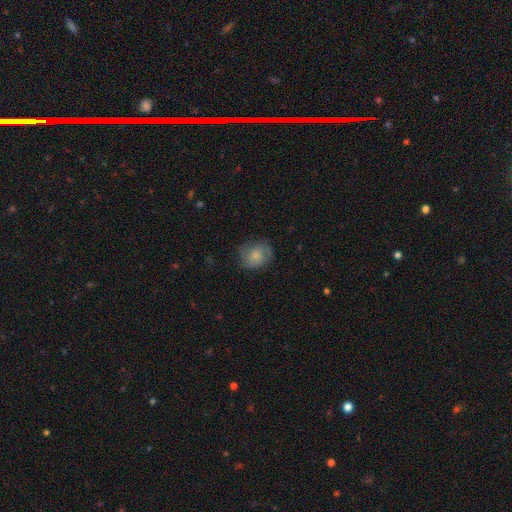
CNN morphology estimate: This is possibly a smooth galaxy (58%). How rounded: likely round (67%). Merging: likely none (68%).